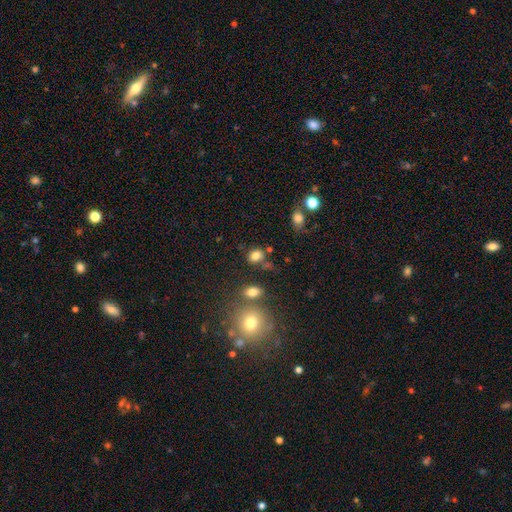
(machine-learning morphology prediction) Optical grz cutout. It shows a smooth galaxy with no disk features (81%) that is in between round and cigar-shaped (55%). Merging: none (66%).